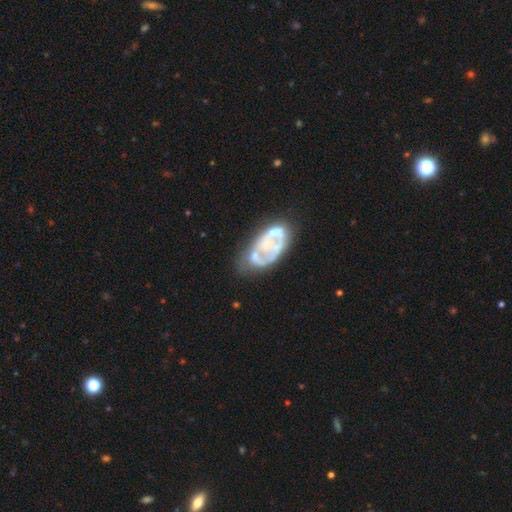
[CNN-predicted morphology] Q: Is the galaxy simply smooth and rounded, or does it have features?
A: featured or disk — 66%.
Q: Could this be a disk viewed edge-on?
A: no — 96%.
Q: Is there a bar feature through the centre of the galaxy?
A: no — 86%.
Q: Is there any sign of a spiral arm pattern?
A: no — 77%.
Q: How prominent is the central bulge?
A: none — 53%.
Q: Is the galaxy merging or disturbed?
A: none — 34%.